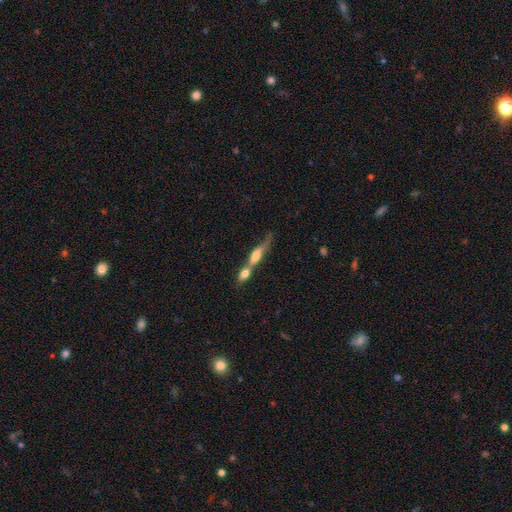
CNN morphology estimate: type=smooth (53%); roundness=cigar-shaped (65%); merging=merger (70%).